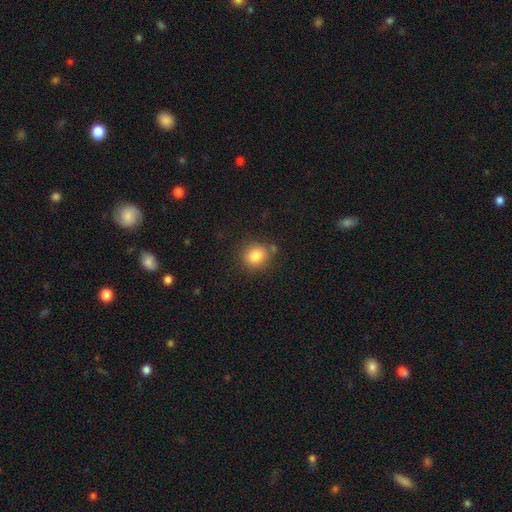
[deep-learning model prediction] smooth_or_featured: smooth (p=0.83) [alt: star or artifact p=0.10]
how_rounded: round (p=0.80) [alt: in between p=0.20]
merging: none (p=0.81) [alt: minor disturbance p=0.11]